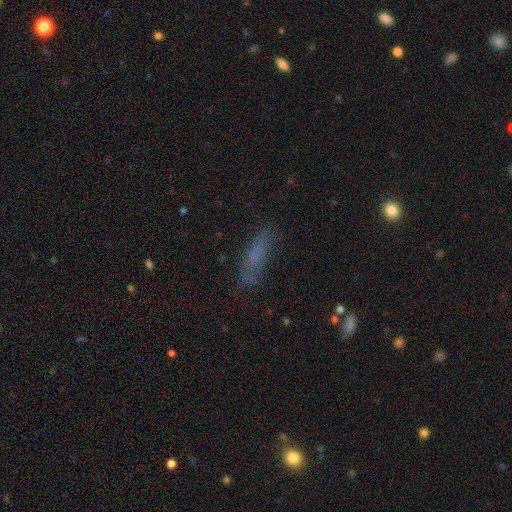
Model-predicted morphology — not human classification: The model was most divided on "smooth or featured": smooth: 58%, featured or disk: 26%, star or artifact: 16%. More confident: merging — none (74%); how rounded — cigar-shaped (66%).